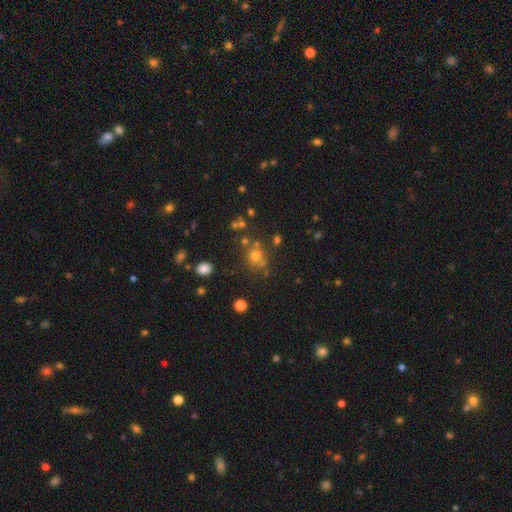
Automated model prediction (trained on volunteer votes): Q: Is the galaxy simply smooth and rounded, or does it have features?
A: smooth — 60%.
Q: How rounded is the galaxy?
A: round — 78%.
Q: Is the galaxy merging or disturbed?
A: none — 65%.